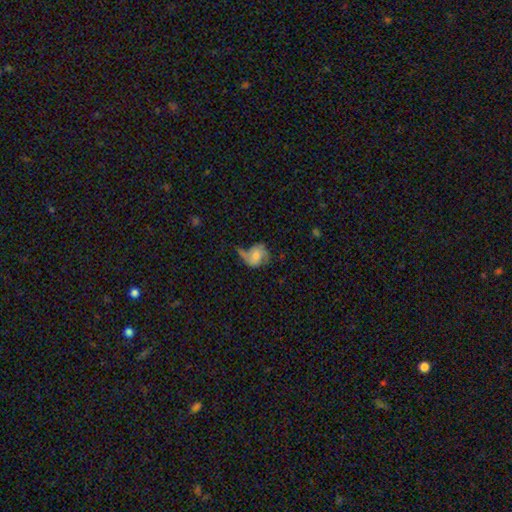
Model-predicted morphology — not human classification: Smooth or featured? featured or disk (50%)
Edge-on disk? no (97%)
Merging? none (36%)